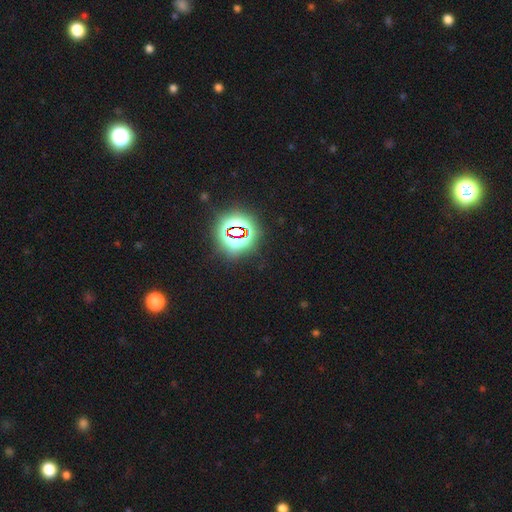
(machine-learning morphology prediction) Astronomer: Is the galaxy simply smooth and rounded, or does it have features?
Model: star or artifact — 80%.